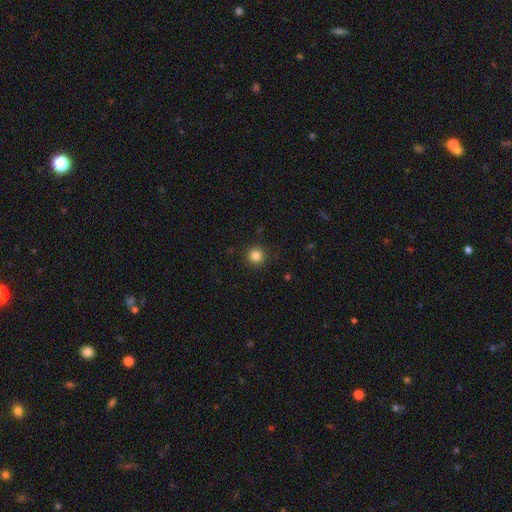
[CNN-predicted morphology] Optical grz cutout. It shows a smooth galaxy with no disk features (84%) that is round (95%). Merging: none (91%).